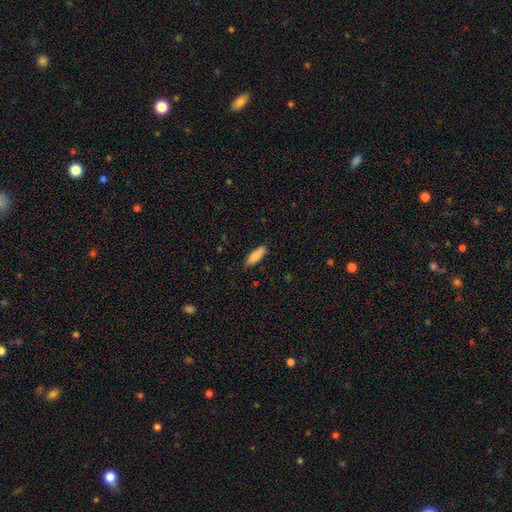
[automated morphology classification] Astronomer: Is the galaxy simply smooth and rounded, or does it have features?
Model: smooth — 82%.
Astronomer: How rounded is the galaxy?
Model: in between — 53% (runner-up: cigar-shaped, 45%).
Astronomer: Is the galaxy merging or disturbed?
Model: none — 77%.